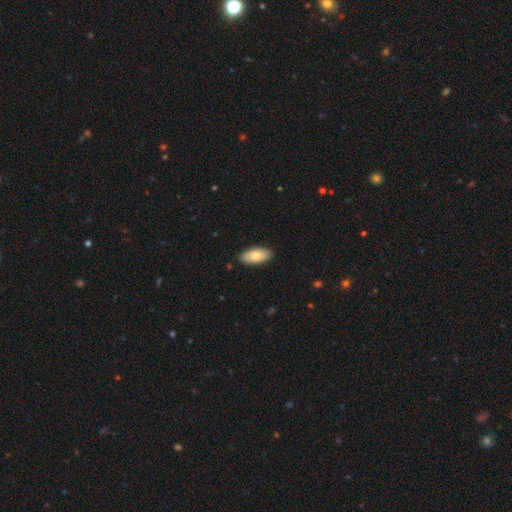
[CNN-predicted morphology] smooth_or_featured: smooth (p=0.81) [alt: featured or disk p=0.13]
how_rounded: in between (p=0.89) [alt: cigar-shaped p=0.09]
merging: none (p=0.88) [alt: minor disturbance p=0.09]